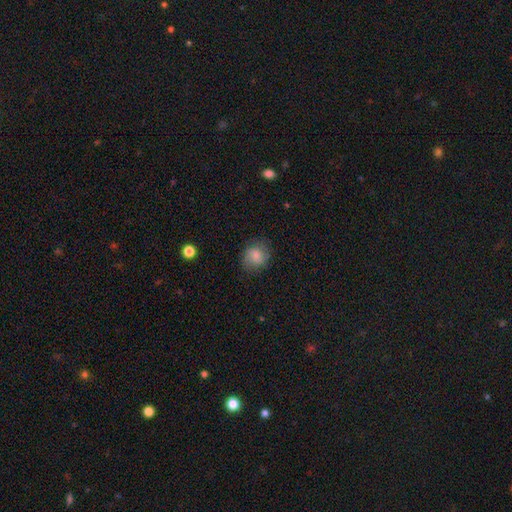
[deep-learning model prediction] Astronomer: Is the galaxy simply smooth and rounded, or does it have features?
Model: smooth — 77%.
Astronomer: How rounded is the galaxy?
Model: round — 72%.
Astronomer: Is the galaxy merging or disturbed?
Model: none — 77%.